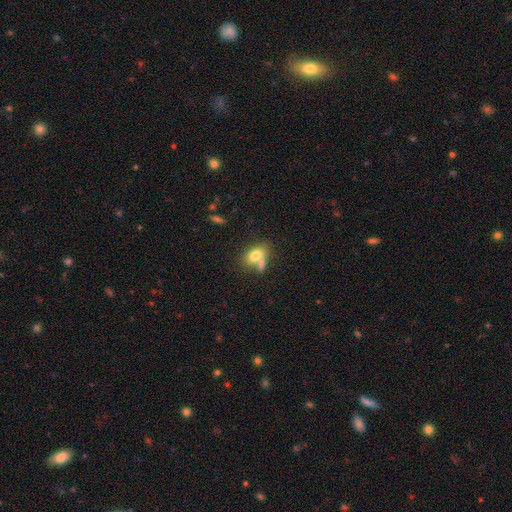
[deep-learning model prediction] Smooth or featured? smooth (75%)
How rounded? in between (82%)
Merging? none (43%)